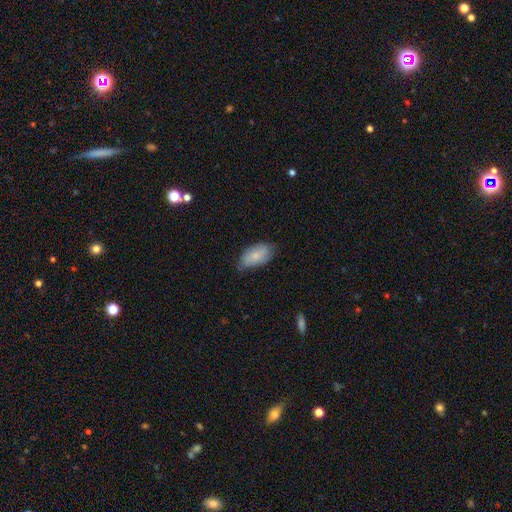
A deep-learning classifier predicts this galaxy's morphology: Overall: smooth (81%). How rounded: in between (94%). Merging: none (67%).